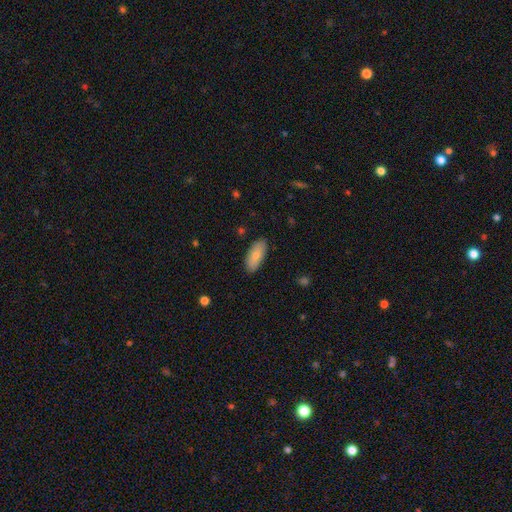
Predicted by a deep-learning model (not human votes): A smooth galaxy with no disk features (84%) that is in between round and cigar-shaped (86%).

Vote fractions:
- Smooth or featured? smooth: 84% / featured or disk: 10% / star or artifact: 6%
- How rounded? in between: 86% / cigar-shaped: 12% / round: 2%
- Merging? none: 88% / minor disturbance: 9% / major disturbance: 2% / merger: 1%